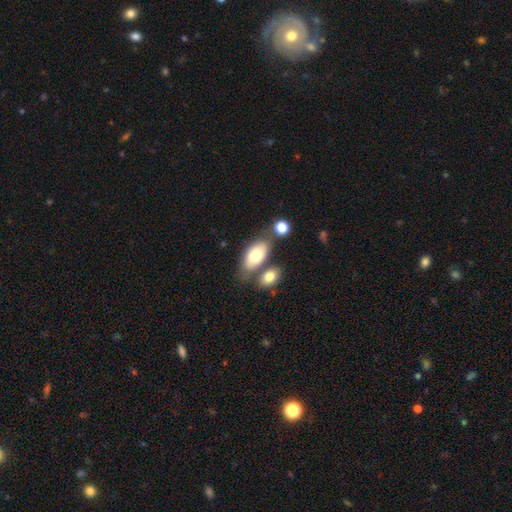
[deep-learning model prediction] A smooth galaxy with no disk features (75%) that is in between round and cigar-shaped (92%).

Vote fractions:
- Smooth or featured? smooth: 75% / featured or disk: 18% / star or artifact: 7%
- How rounded? in between: 92% / round: 4% / cigar-shaped: 4%
- Merging? none: 53% / merger: 27% / minor disturbance: 15% / major disturbance: 5%